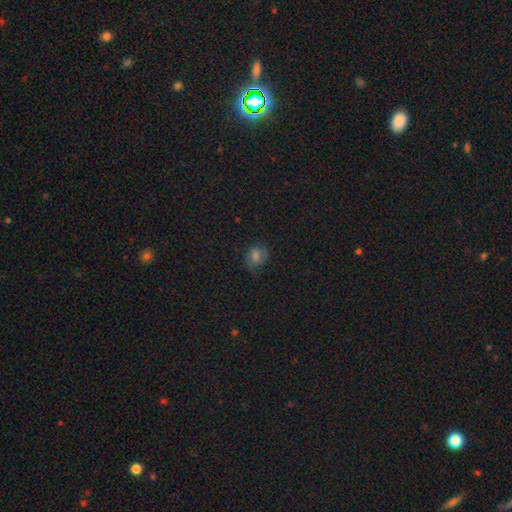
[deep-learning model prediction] Q: Smooth or featured?
A: smooth (64%); runner-up: star or artifact (20%)
Q: How rounded?
A: round (55%); runner-up: in between (44%)
Q: Merging?
A: none (61%); runner-up: minor disturbance (25%)